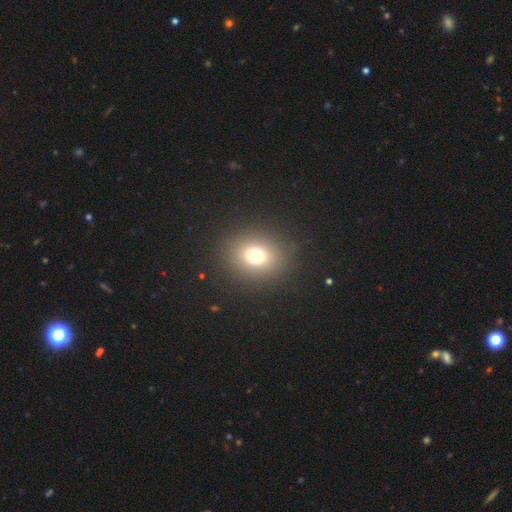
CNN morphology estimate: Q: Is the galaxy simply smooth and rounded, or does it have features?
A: smooth — 72%.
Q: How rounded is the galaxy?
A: round — 70%.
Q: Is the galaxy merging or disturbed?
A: none — 89%.